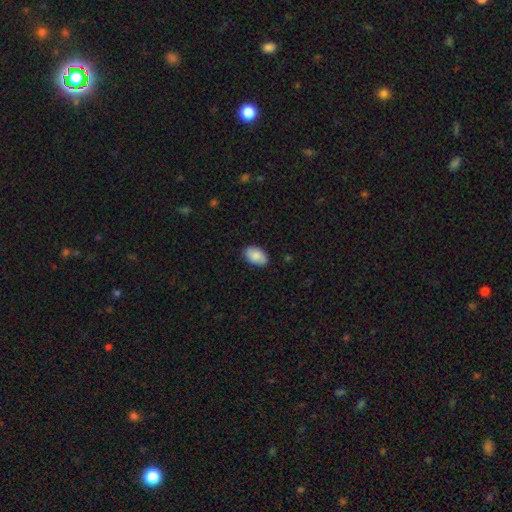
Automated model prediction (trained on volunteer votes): smooth_or_featured: smooth (p=0.85) [alt: featured or disk p=0.09]
how_rounded: in between (p=0.91) [alt: round p=0.08]
merging: none (p=0.84) [alt: minor disturbance p=0.13]